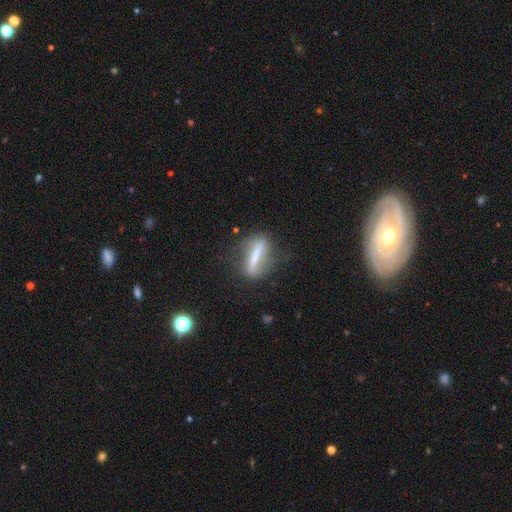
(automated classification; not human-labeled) This is possibly a featured or disk galaxy (53%). It is possibly not viewed edge-on (59%). Merging: likely none (71%).